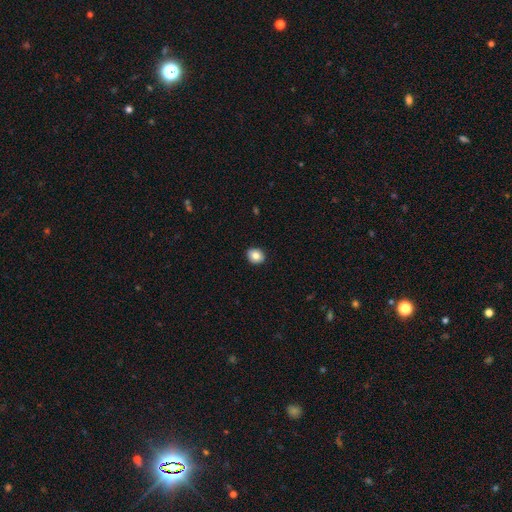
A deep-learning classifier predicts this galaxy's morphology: Smooth or featured? Predicted: smooth (p=0.79). How rounded? Predicted: round (p=0.70). Merging? Predicted: none (p=0.91).